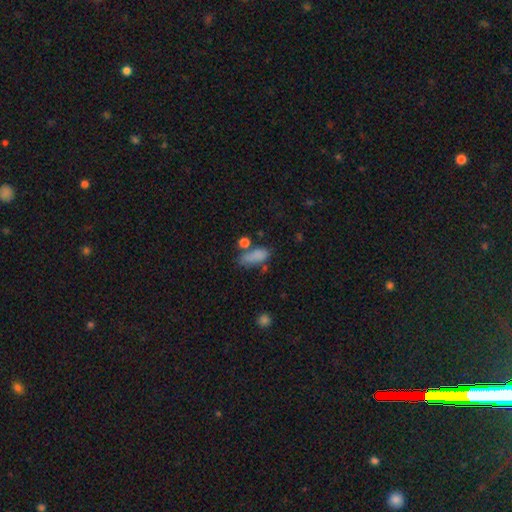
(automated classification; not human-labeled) Smooth or featured?
  - smooth: 80% *
  - star or artifact: 11%
  - featured or disk: 9%
How rounded?
  - in between: 77% *
  - cigar-shaped: 18%
  - round: 6%
Merging?
  - none: 50% *
  - minor disturbance: 23%
  - merger: 15%
  - major disturbance: 12%